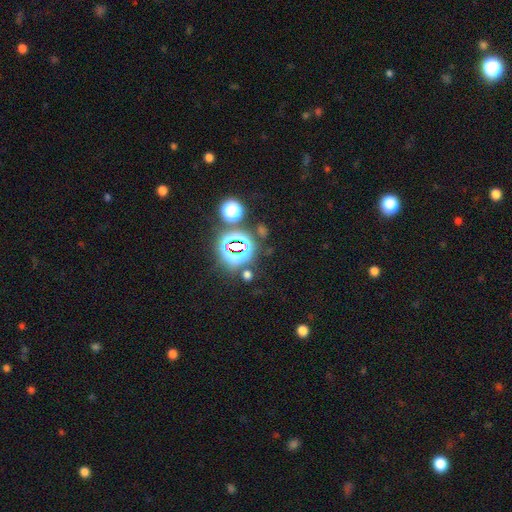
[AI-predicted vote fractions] smooth-or-featured: star or artifact: 84% | smooth: 10% | featured or disk: 6%